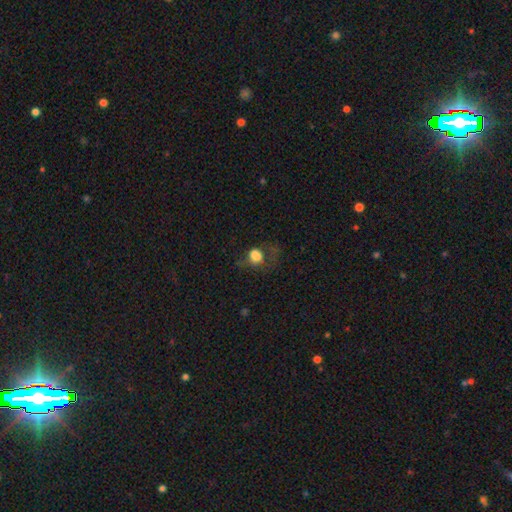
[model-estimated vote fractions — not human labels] smooth_or_featured: smooth (p=0.71) [alt: featured or disk p=0.16]
how_rounded: round (p=0.58) [alt: in between p=0.40]
merging: major disturbance (p=0.39) [alt: none p=0.36]